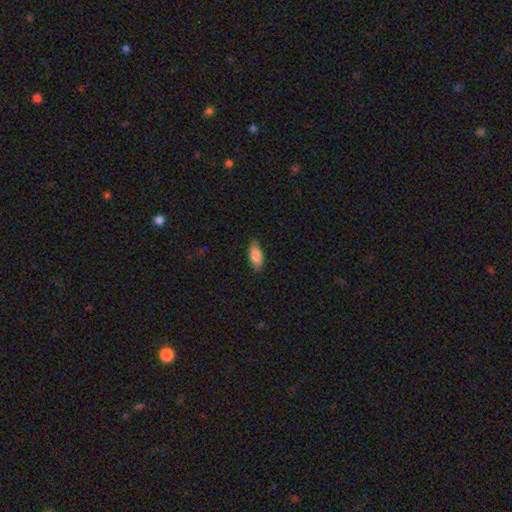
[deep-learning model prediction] smooth-or-featured: smooth: 87% | featured or disk: 7% | star or artifact: 6%
  how-rounded: in between: 87% | cigar-shaped: 11% | round: 2%
  merging: none: 84% | minor disturbance: 12% | major disturbance: 2% | merger: 1%